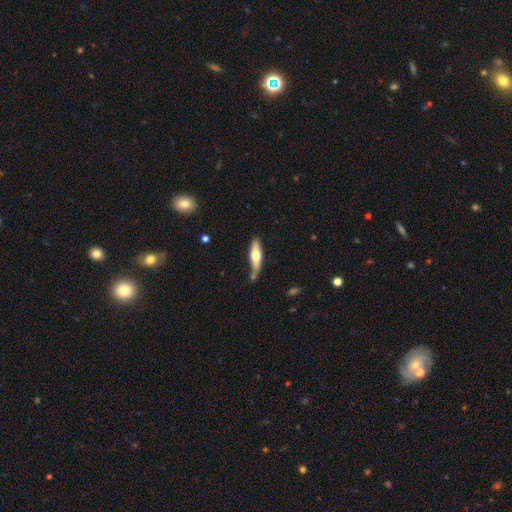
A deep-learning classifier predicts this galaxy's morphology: Smooth or featured?
  - smooth: 51% *
  - featured or disk: 44%
  - star or artifact: 5%
How rounded?
  - cigar-shaped: 67% *
  - in between: 31%
  - round: 2%
Merging?
  - none: 69% *
  - minor disturbance: 18%
  - merger: 8%
  - major disturbance: 4%